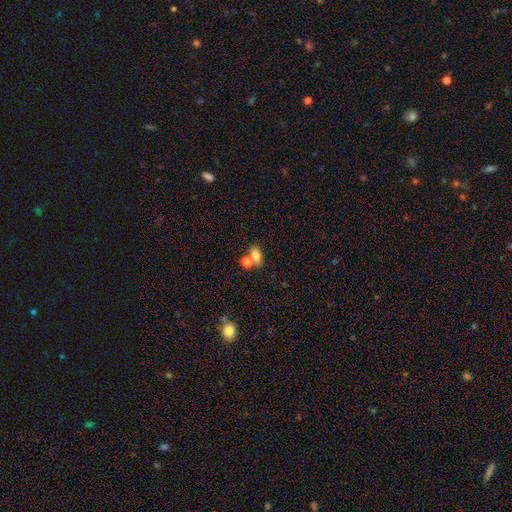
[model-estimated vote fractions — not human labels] Smooth or featured: smooth — 78% (featured or disk — 12%)
How rounded: in between — 80% (round — 17%)
Merging: none — 48% (merger — 38%)